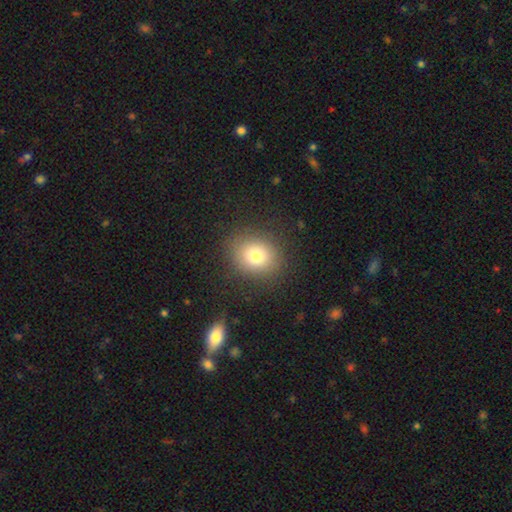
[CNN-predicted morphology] A smooth galaxy with no disk features (76%) that is round (73%). Merging: none (85%).